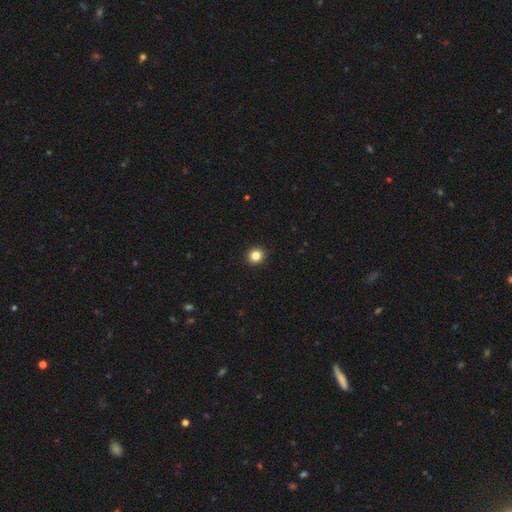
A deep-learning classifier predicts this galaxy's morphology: The model was most divided on "smooth or featured": smooth: 84%, star or artifact: 11%, featured or disk: 5%. More confident: merging — none (93%); how rounded — round (88%).